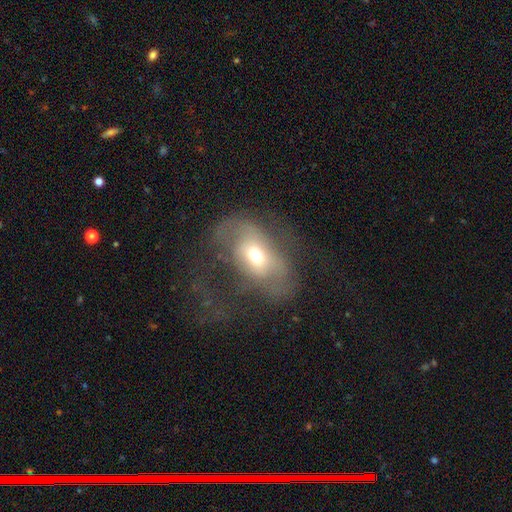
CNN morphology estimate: Smooth or featured? smooth (50%)
Merging? major disturbance (47%)